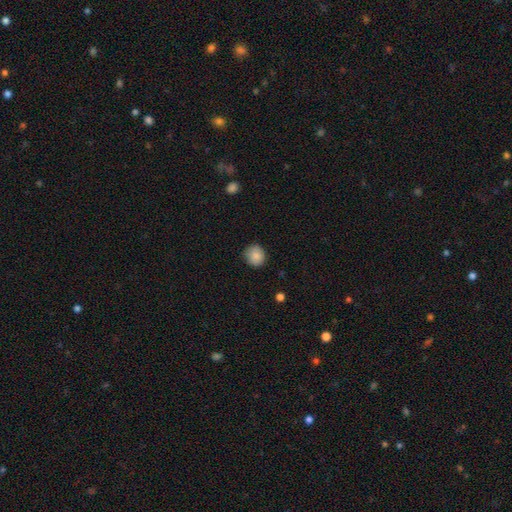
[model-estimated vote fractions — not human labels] The model was most divided on "merging": none: 82%, minor disturbance: 15%, major disturbance: 3%, merger: 1%. More confident: how rounded — round (87%); smooth or featured — smooth (85%).